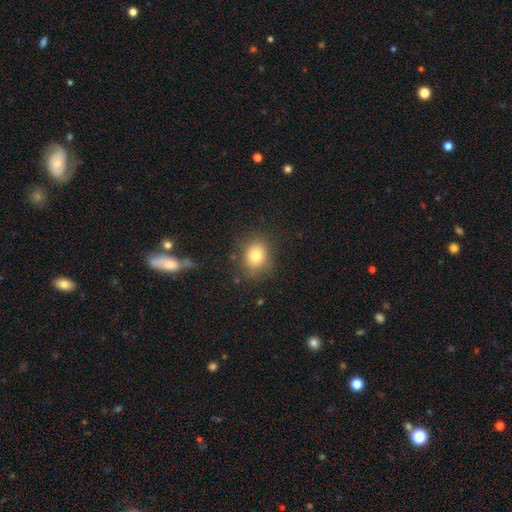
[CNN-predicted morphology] smooth 79%, star or artifact 11%, featured or disk 10%. Down the decision tree: how rounded — round (61%); merging — none (81%).